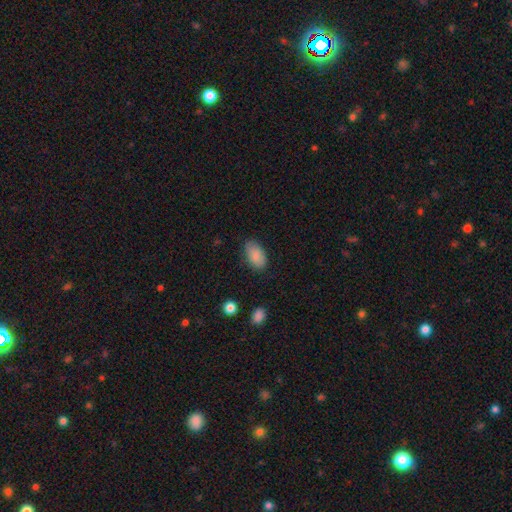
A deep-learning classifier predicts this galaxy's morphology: Smooth or featured? smooth (87%)
How rounded? in between (93%)
Merging? none (80%)